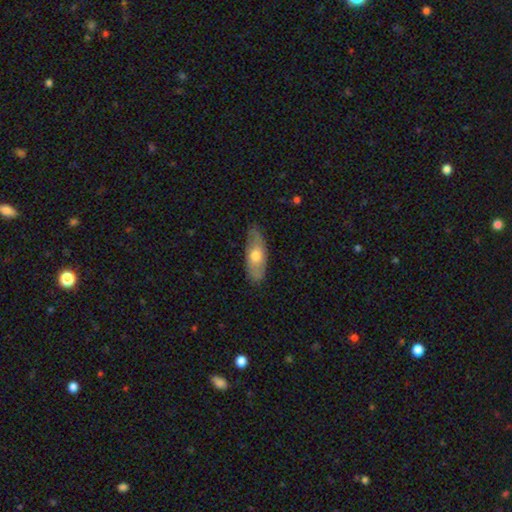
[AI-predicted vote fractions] A smooth galaxy with no disk features (56%) that is in between round and cigar-shaped (80%). Merging: none (78%).